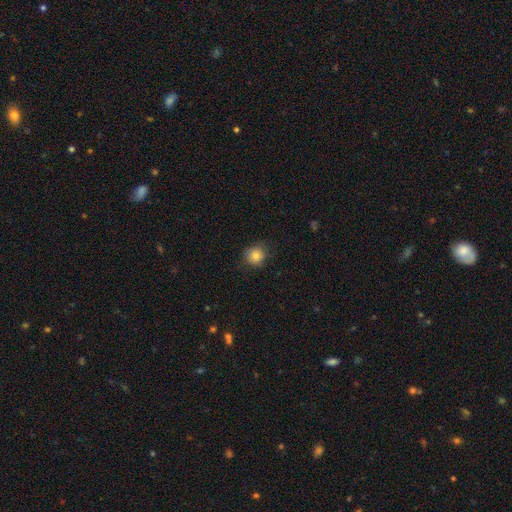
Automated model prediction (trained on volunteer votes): smooth 81%, star or artifact 11%, featured or disk 8%. Down the decision tree: how rounded — round (89%); merging — none (81%).